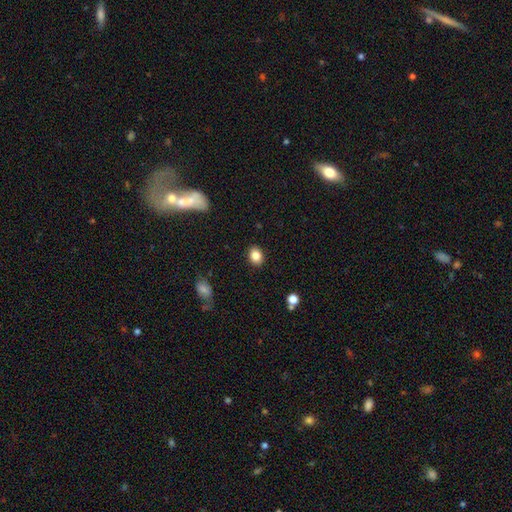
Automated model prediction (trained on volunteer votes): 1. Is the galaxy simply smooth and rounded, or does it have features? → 85% smooth, 9% star or artifact, 6% featured or disk.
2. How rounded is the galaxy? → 59% in between, 40% round, 1% cigar-shaped.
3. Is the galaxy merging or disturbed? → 88% none, 8% minor disturbance, 2% major disturbance, 1% merger.